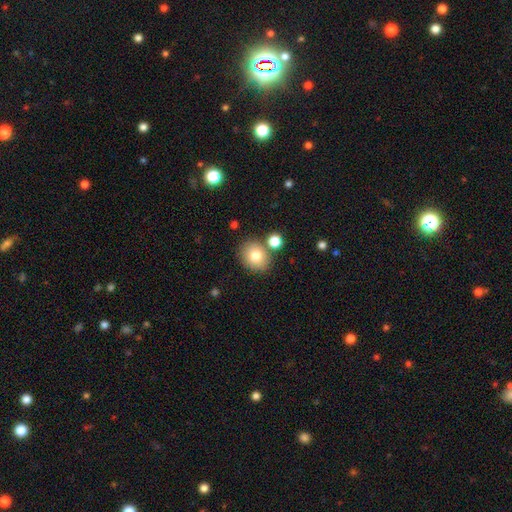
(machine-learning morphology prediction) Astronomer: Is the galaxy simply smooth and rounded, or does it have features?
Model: smooth — 79%.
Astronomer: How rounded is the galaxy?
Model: round — 62%.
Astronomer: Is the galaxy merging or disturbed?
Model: none — 75%.